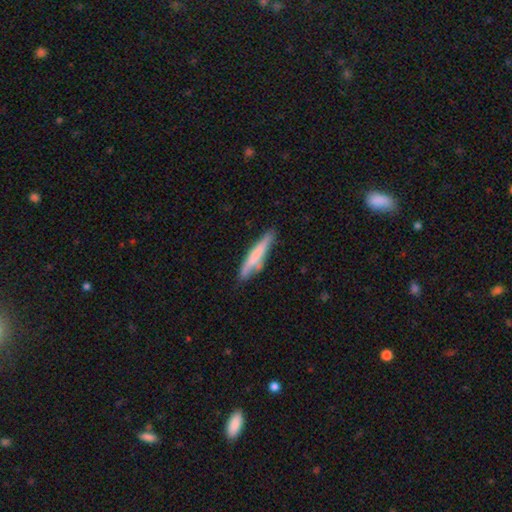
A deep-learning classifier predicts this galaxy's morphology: smooth_or_featured: smooth (p=0.64) [alt: featured or disk p=0.30]
how_rounded: cigar-shaped (p=0.90) [alt: in between p=0.08]
merging: none (p=0.69) [alt: minor disturbance p=0.20]